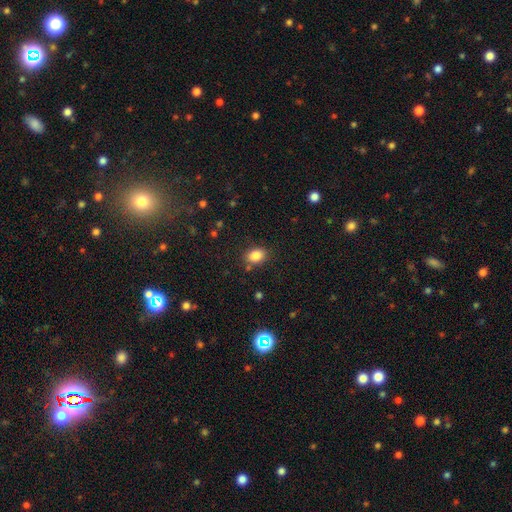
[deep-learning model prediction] A smooth galaxy with no disk features (85%) that is in between round and cigar-shaped (70%).

Vote fractions:
- Smooth or featured? smooth: 85% / star or artifact: 10% / featured or disk: 5%
- How rounded? in between: 70% / round: 29% / cigar-shaped: 1%
- Merging? none: 81% / minor disturbance: 12% / major disturbance: 3% / merger: 3%